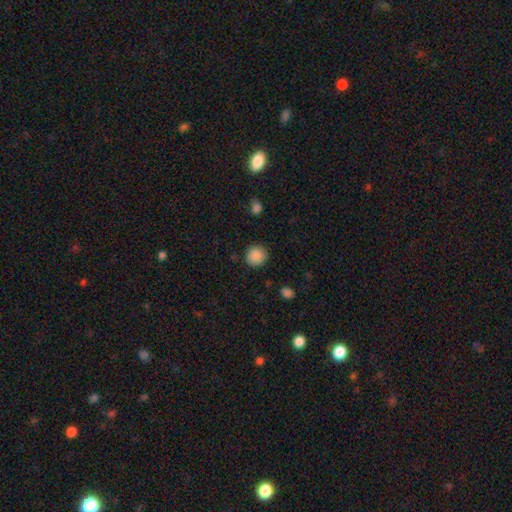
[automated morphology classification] A smooth galaxy with no disk features (88%) that is round (92%).

Vote fractions:
- Smooth or featured? smooth: 88% / star or artifact: 9% / featured or disk: 3%
- How rounded? round: 92% / in between: 7% / cigar-shaped: 1%
- Merging? none: 88% / minor disturbance: 8% / major disturbance: 3% / merger: 1%